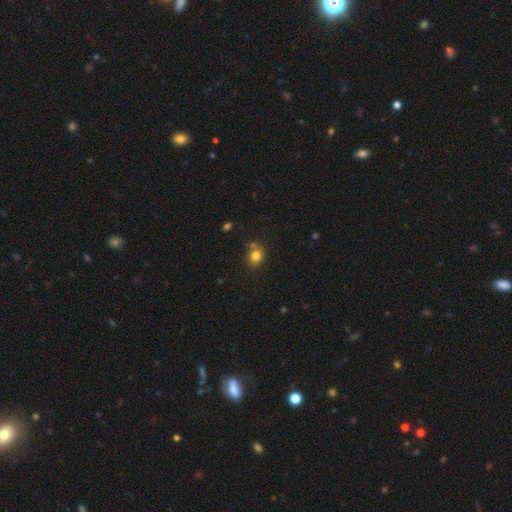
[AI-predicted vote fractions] smooth 80%, star or artifact 12%, featured or disk 8%. Down the decision tree: how rounded — round (60%); merging — none (70%).